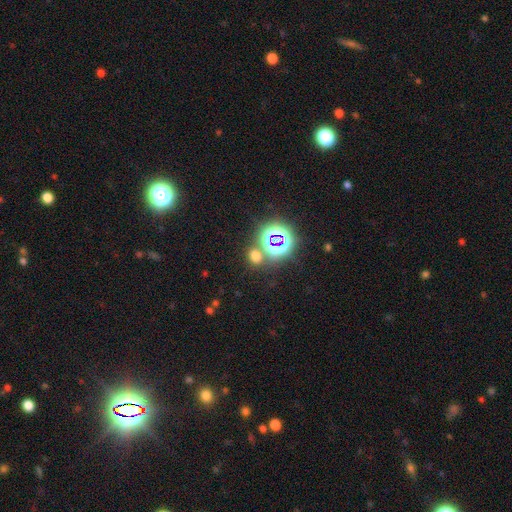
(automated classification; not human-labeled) Smooth or featured? Predicted: smooth (p=0.53). How rounded? Predicted: round (p=0.51). Merging? Predicted: none (p=0.73).